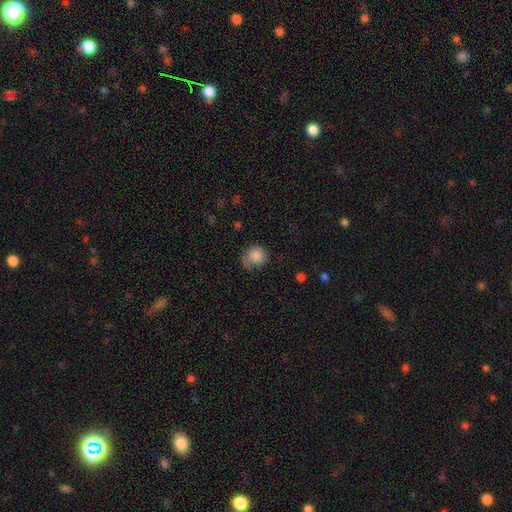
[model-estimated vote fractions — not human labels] Morphology: type=smooth (85%); roundness=round (82%); merging=none (53%).